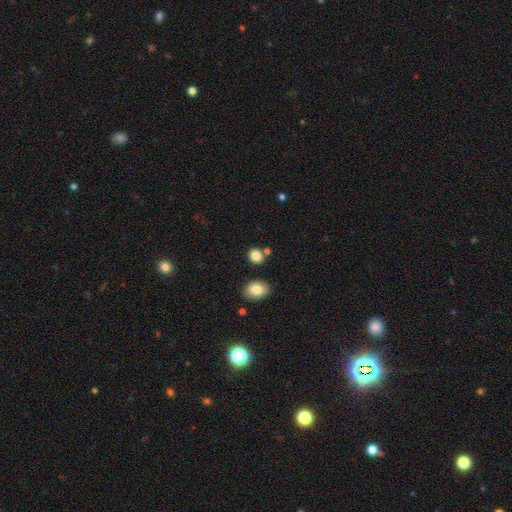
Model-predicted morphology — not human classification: Smooth or featured? smooth (84%)
How rounded? round (73%)
Merging? none (76%)